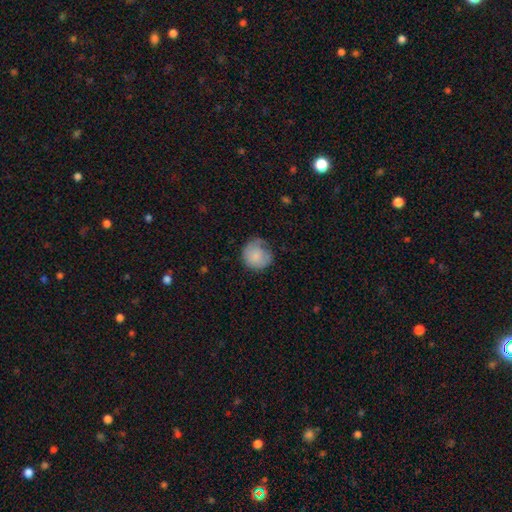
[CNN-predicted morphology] Smooth or featured? smooth (78%)
How rounded? round (89%)
Merging? none (58%)